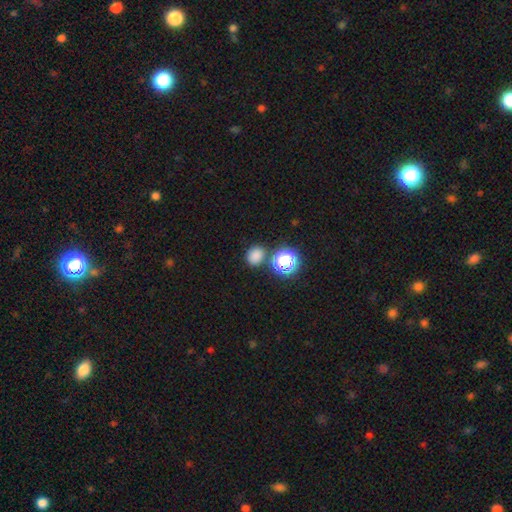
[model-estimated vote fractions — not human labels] This appears to be a smooth galaxy with no disk features (77%) that is round (64%). Merging: none (77%).